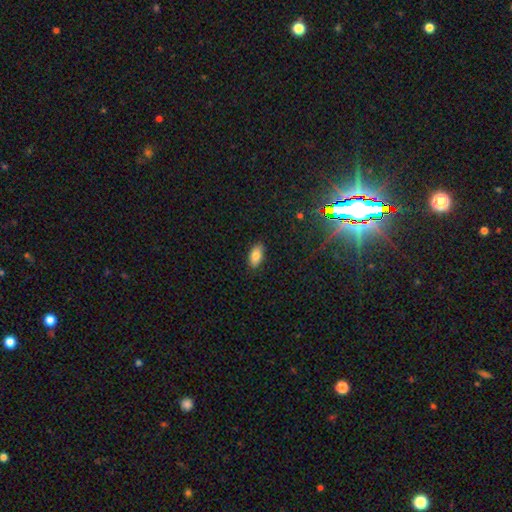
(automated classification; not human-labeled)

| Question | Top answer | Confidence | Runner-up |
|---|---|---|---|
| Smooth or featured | smooth | 85% | star or artifact (8%) |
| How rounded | in between | 92% | cigar-shaped (4%) |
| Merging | none | 87% | minor disturbance (10%) |